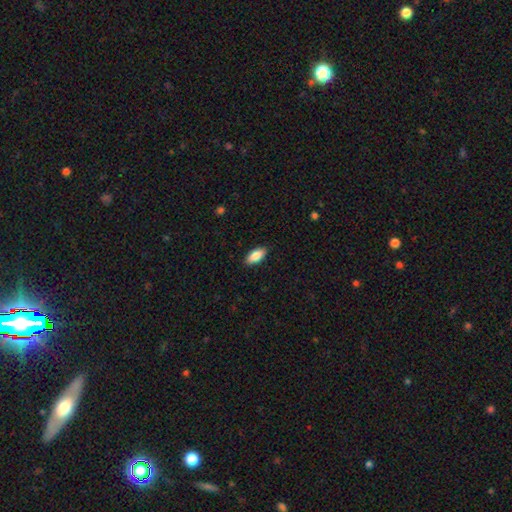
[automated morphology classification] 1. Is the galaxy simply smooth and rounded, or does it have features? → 86% smooth, 8% featured or disk, 6% star or artifact.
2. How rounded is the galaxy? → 88% in between, 10% cigar-shaped, 2% round.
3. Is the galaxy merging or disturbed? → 89% none, 8% minor disturbance, 2% major disturbance, 1% merger.